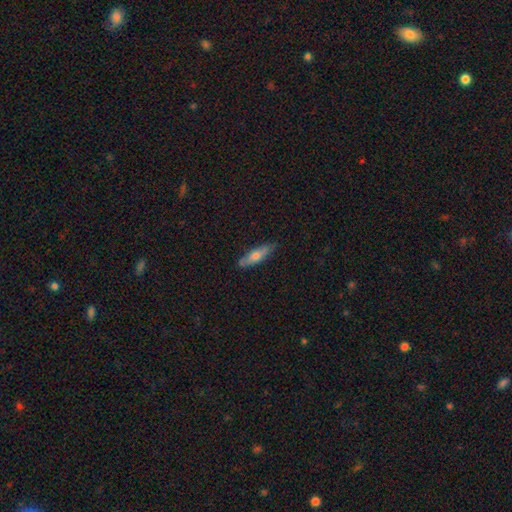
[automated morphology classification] Q: Smooth or featured?
A: smooth (52%); runner-up: featured or disk (41%)
Q: How rounded?
A: cigar-shaped (64%); runner-up: in between (34%)
Q: Merging?
A: none (79%); runner-up: minor disturbance (16%)